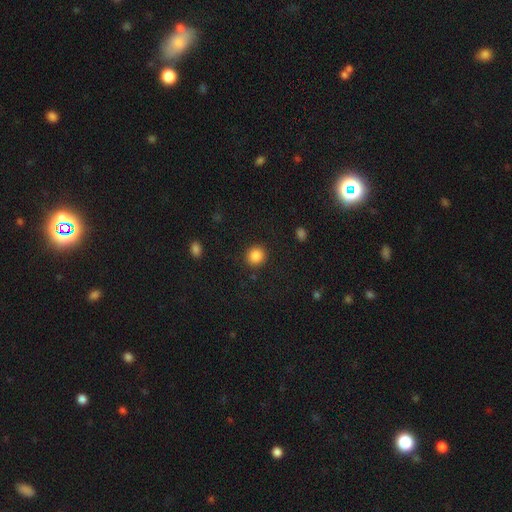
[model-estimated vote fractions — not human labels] smooth_or_featured: smooth (p=0.87) [alt: star or artifact p=0.10]
how_rounded: round (p=0.86) [alt: in between p=0.13]
merging: none (p=0.90) [alt: minor disturbance p=0.06]